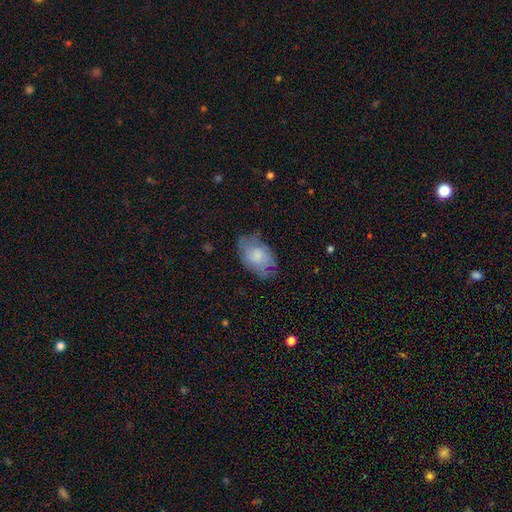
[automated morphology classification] smooth 56%, featured or disk 35%, star or artifact 9%. Down the decision tree: how rounded — in between (89%); merging — none (66%).